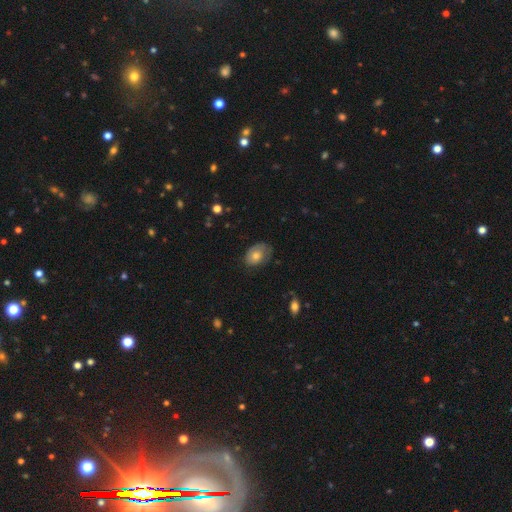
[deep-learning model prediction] The model was most divided on "smooth or featured": smooth: 63%, featured or disk: 28%, star or artifact: 8%. More confident: how rounded — in between (78%); merging — none (62%).